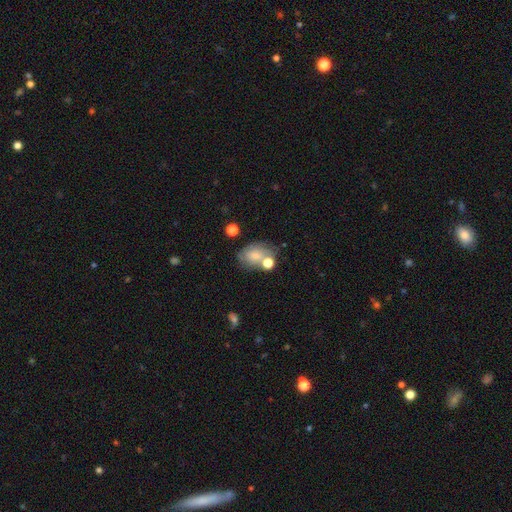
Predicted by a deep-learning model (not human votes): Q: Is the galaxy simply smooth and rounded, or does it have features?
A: smooth — 63%.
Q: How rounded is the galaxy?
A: in between — 68%.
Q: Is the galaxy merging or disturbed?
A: none — 43%.